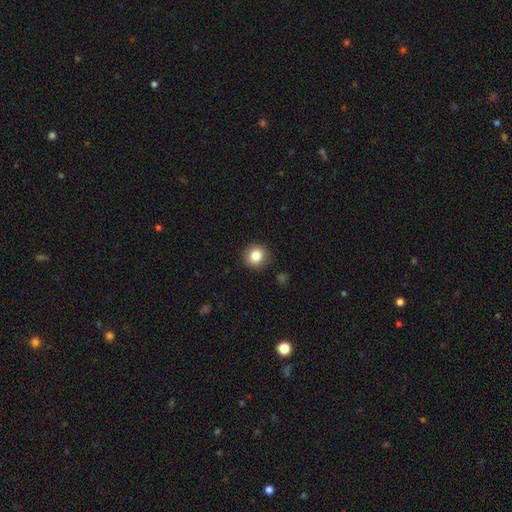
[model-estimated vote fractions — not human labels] This appears to be a smooth galaxy with no disk features (83%) that is round (88%). Merging: none (90%).